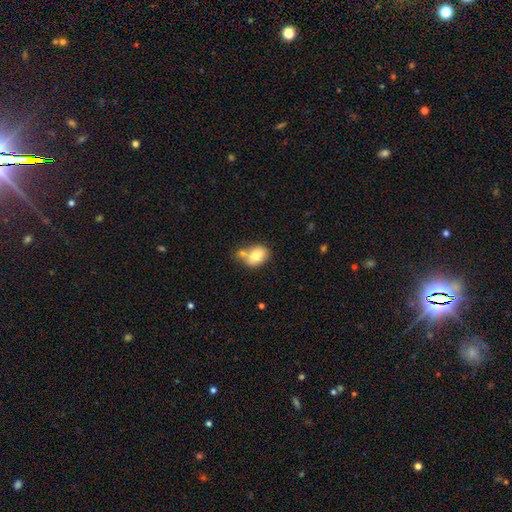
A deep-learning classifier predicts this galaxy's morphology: Q: Smooth or featured?
A: smooth (78%); runner-up: featured or disk (14%)
Q: How rounded?
A: in between (71%); runner-up: round (27%)
Q: Merging?
A: none (45%); runner-up: merger (33%)